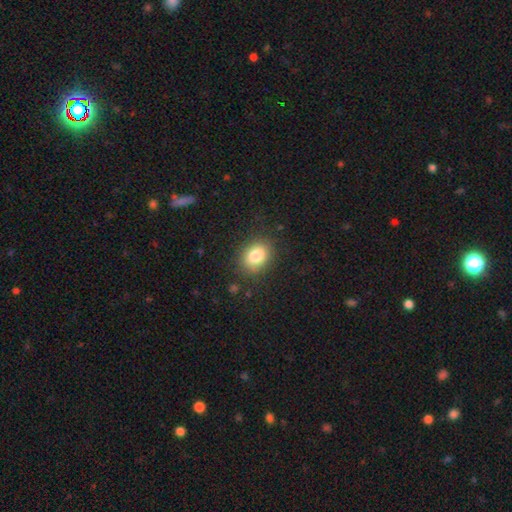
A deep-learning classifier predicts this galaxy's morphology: smooth-or-featured: smooth: 83% | star or artifact: 9% | featured or disk: 8%
  how-rounded: in between: 58% | round: 41% | cigar-shaped: 1%
  merging: none: 83% | minor disturbance: 12% | major disturbance: 4% | merger: 1%